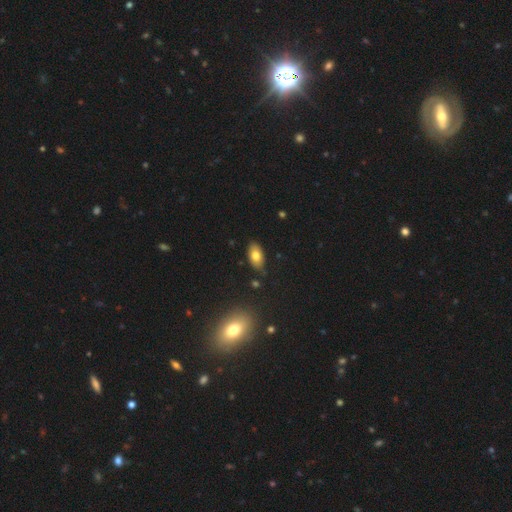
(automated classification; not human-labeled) Smooth or featured? smooth (76%)
How rounded? in between (91%)
Merging? none (81%)